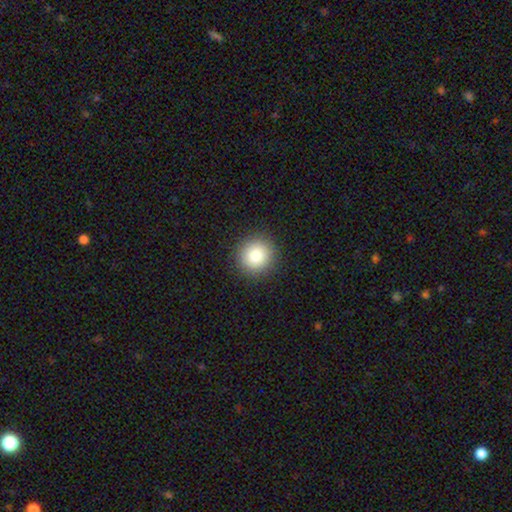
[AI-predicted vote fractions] smooth_or_featured: smooth (p=0.82) [alt: star or artifact p=0.10]
how_rounded: round (p=0.92) [alt: in between p=0.07]
merging: none (p=0.91) [alt: minor disturbance p=0.06]